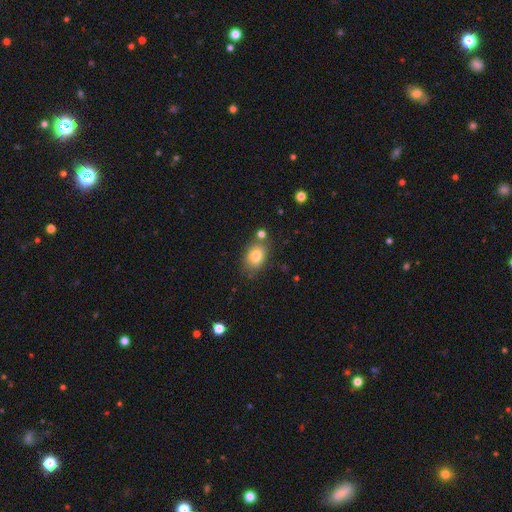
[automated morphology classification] The model was most divided on "how rounded": in between: 76%, round: 23%, cigar-shaped: 1%. More confident: smooth or featured — smooth (78%); merging — none (72%).